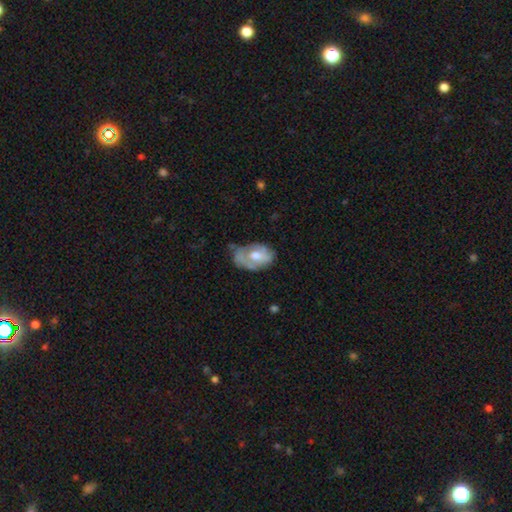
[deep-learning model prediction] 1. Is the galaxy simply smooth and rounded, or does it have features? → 55% featured or disk, 38% smooth, 7% star or artifact.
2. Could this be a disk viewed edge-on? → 94% no, 6% yes.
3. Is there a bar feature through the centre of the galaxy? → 76% no, 19% weak, 4% strong.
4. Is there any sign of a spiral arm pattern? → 52% no, 48% yes.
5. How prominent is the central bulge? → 74% moderate, 12% large, 12% small, 1% none, 1% dominant.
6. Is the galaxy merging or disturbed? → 40% none, 37% minor disturbance, 20% major disturbance, 3% merger.